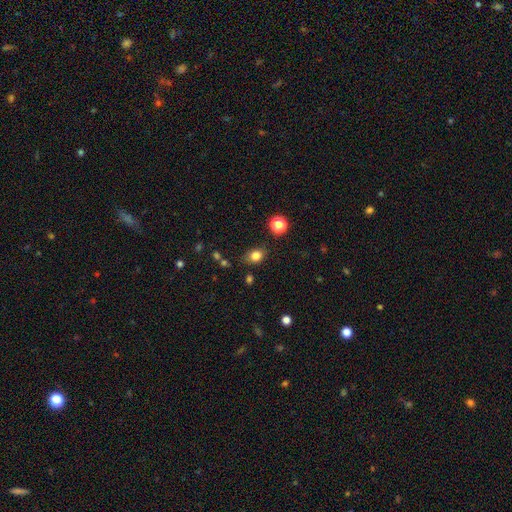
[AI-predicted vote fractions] A smooth galaxy with no disk features (81%) that is in between round and cigar-shaped (57%).

Vote fractions:
- Smooth or featured? smooth: 81% / star or artifact: 13% / featured or disk: 6%
- How rounded? in between: 57% / round: 41% / cigar-shaped: 1%
- Merging? none: 75% / minor disturbance: 17% / major disturbance: 4% / merger: 3%